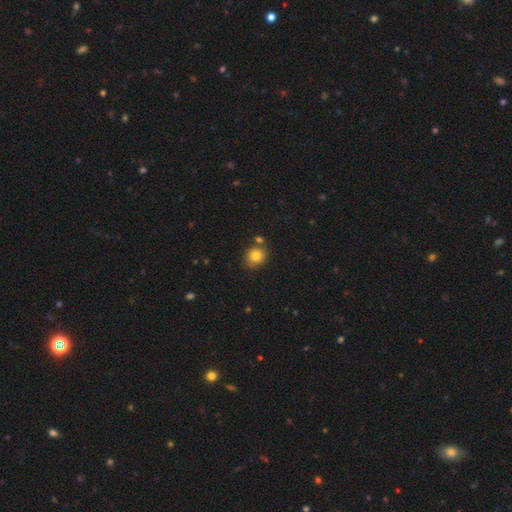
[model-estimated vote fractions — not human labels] smooth 82%, star or artifact 10%, featured or disk 8%. Down the decision tree: how rounded — round (75%); merging — none (71%).